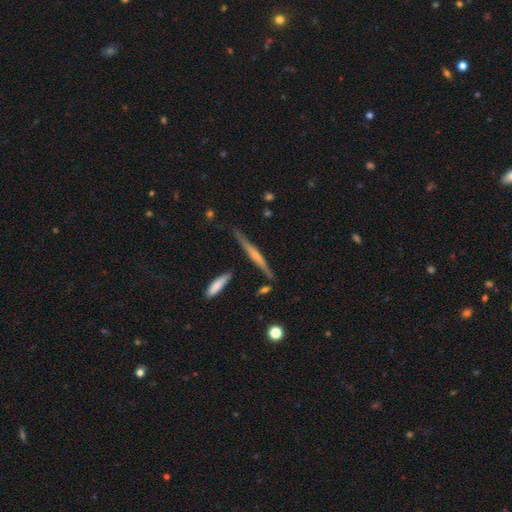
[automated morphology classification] A featured or disk galaxy (62%) viewed edge-on (96%) with a rounded central bulge (51%).

Vote fractions:
- Smooth or featured? featured or disk: 62% / smooth: 31% / star or artifact: 7%
- Edge-on disk? yes: 96% / no: 4%
- Edge-on bulge? rounded: 51% / none: 36% / boxy: 14%
- Merging? none: 79% / minor disturbance: 14% / merger: 4% / major disturbance: 3%